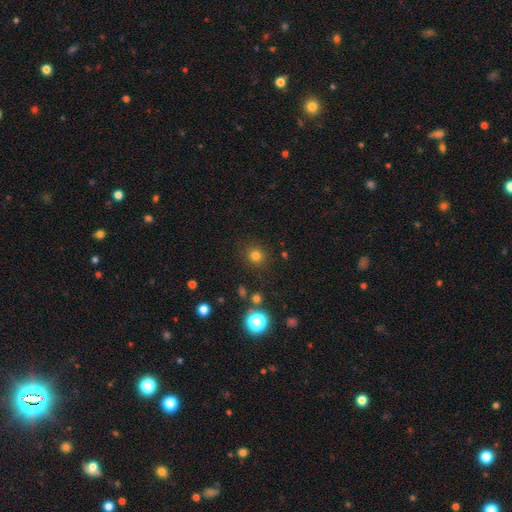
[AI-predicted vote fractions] Overall: smooth (77%). How rounded: round (92%). Merging: none (88%).